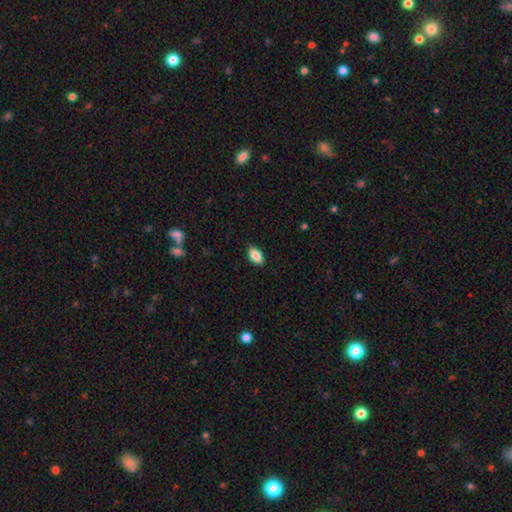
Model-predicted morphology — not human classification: Q: Smooth or featured?
A: smooth (85%); runner-up: featured or disk (8%)
Q: How rounded?
A: in between (91%); runner-up: round (5%)
Q: Merging?
A: none (87%); runner-up: minor disturbance (10%)